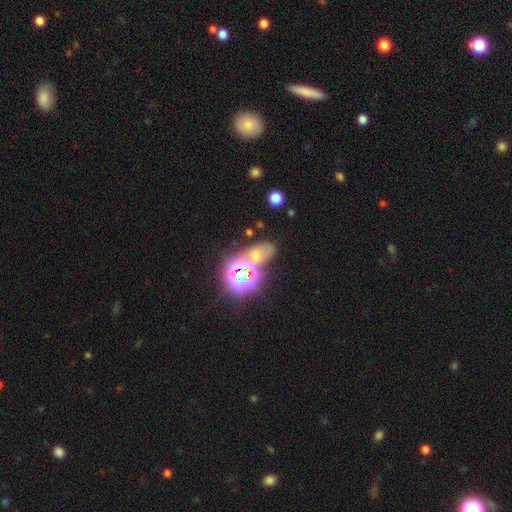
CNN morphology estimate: Overall: star or artifact (56%; smooth 30%).